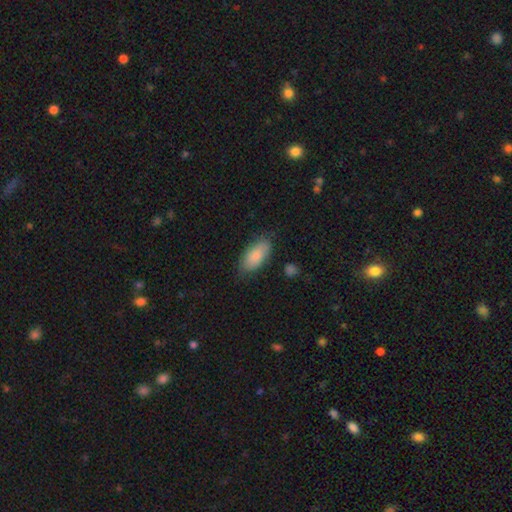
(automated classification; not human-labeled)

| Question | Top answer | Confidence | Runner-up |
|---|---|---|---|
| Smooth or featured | smooth | 84% | featured or disk (10%) |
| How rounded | in between | 90% | cigar-shaped (7%) |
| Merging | none | 76% | minor disturbance (18%) |